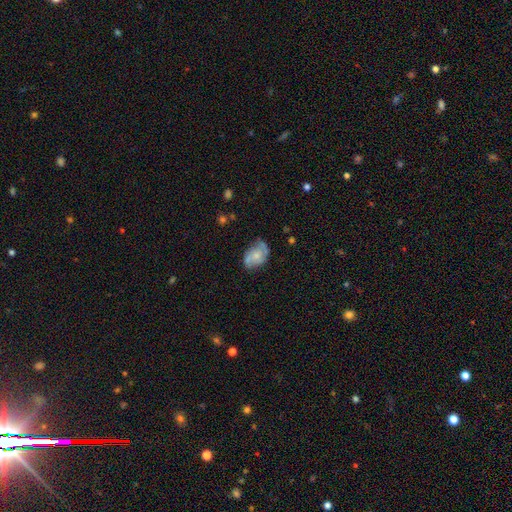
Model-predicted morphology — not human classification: smooth-or-featured: featured or disk: 64% | smooth: 29% | star or artifact: 7%
  disk-edge-on: no: 97% | yes: 3%
    bar: no: 70% | weak: 26% | strong: 4%
    has-spiral-arms: yes: 87% | no: 13%
      spiral-winding: medium: 46% | loose: 28% | tight: 26%
      spiral-arm-count: 2: 79% | can't tell: 11% | 1: 4% | 3: 3% | 4: 1% | more than 4: 1%
    bulge-size: small: 52% | moderate: 37% | none: 8% | large: 3% | dominant: 1%
  merging: none: 61% | minor disturbance: 27% | major disturbance: 10% | merger: 2%